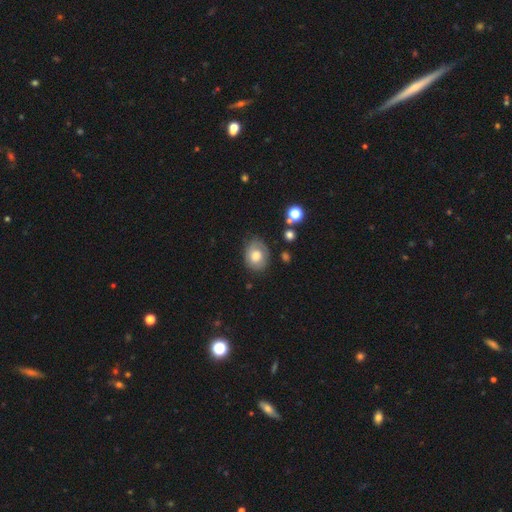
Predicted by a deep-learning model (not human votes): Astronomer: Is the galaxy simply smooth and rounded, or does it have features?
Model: smooth — 62%.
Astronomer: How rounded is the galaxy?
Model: in between — 55% (runner-up: round, 44%).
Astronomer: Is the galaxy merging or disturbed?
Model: none — 72%.